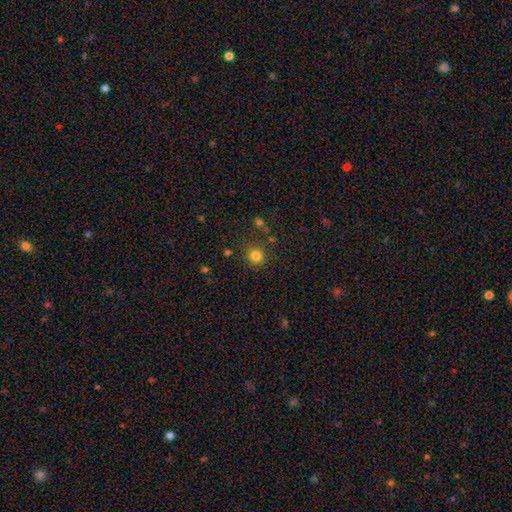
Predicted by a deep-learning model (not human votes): Smooth or featured: smooth — 81% (star or artifact — 14%)
How rounded: round — 92% (in between — 7%)
Merging: none — 85% (minor disturbance — 8%)